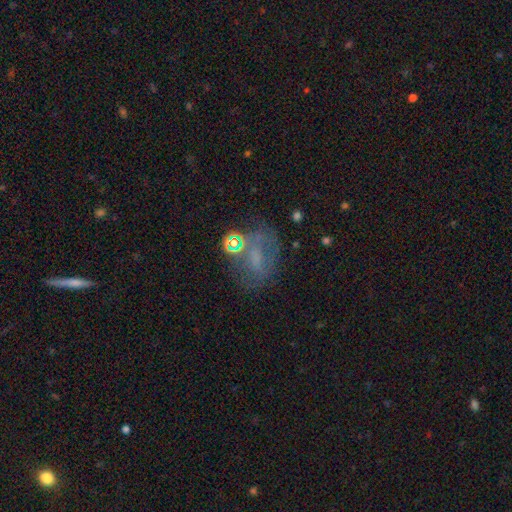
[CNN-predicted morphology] A featured or disk galaxy (42%).

Vote fractions:
- Smooth or featured? featured or disk: 42% / smooth: 35% / star or artifact: 23%
- Merging? none: 54% / minor disturbance: 20% / major disturbance: 18% / merger: 8%